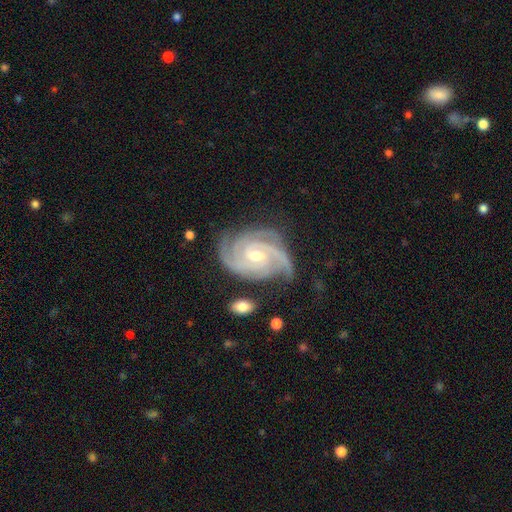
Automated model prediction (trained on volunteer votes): A featured or disk galaxy (93%) with no bar (44%), 3 (45%) tight (72%) spiral arms (99%) and a moderate central bulge (52%). Merging: none (73%).